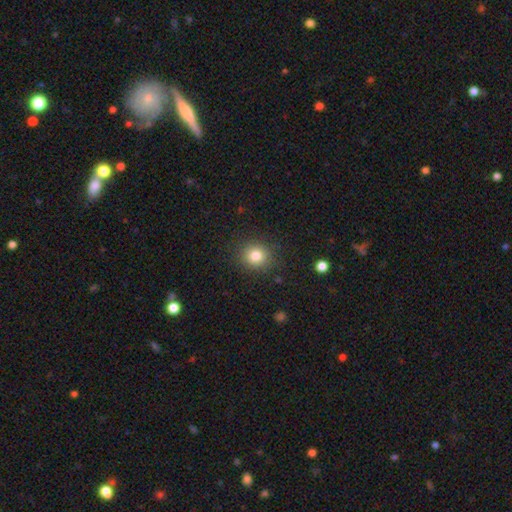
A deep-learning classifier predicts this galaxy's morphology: The model was most divided on "how rounded": round: 83%, in between: 16%, cigar-shaped: 1%. More confident: merging — none (87%); smooth or featured — smooth (82%).